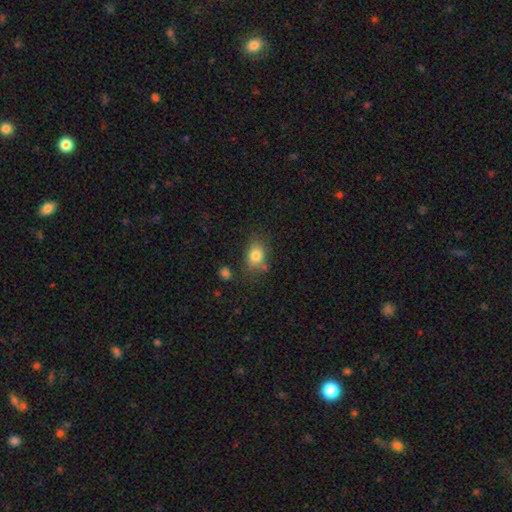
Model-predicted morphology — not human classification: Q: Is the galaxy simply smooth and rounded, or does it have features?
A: smooth — 81%.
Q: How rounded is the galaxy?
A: in between — 69%.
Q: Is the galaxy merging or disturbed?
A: none — 71%.